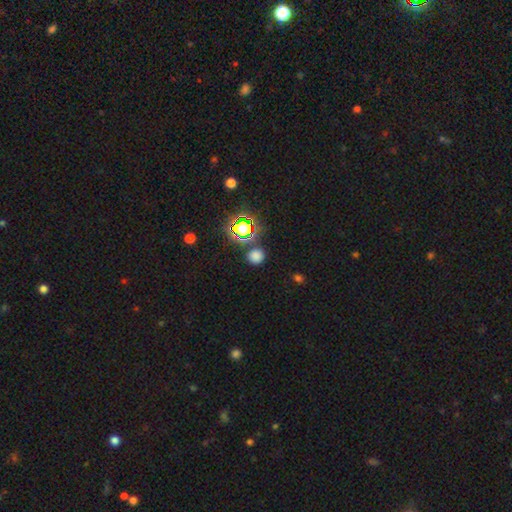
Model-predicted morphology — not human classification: type=smooth (71%); roundness=round (90%); merging=none (83%).